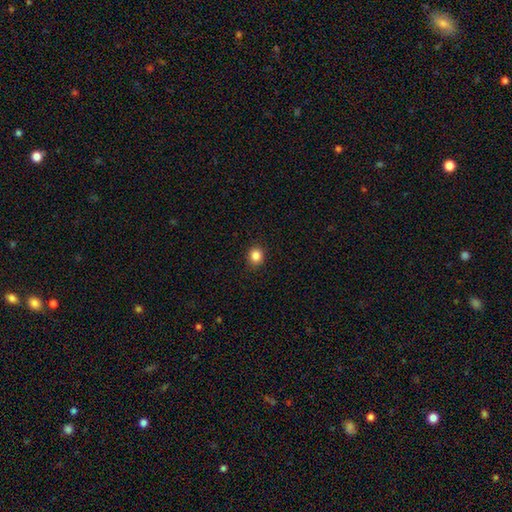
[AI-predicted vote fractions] A smooth galaxy with no disk features (86%) that is round (84%). Merging: none (91%).